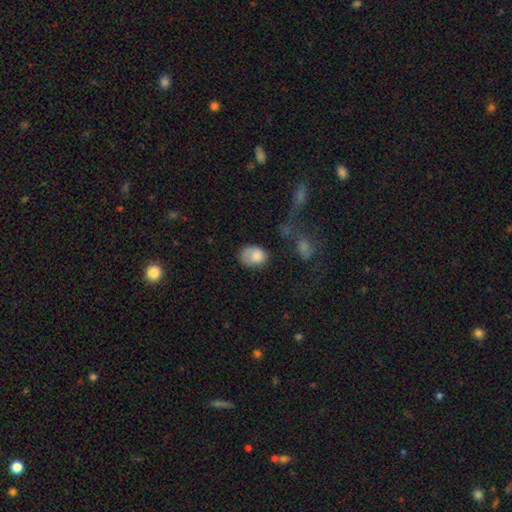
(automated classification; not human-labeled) Smooth or featured? Predicted: smooth (p=0.79). How rounded? Predicted: in between (p=0.63). Merging? Predicted: none (p=0.48).